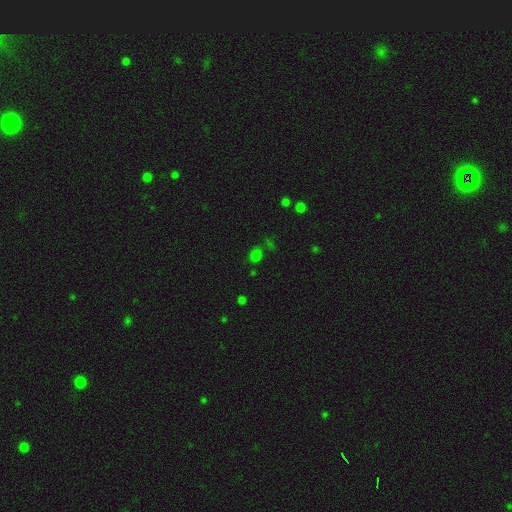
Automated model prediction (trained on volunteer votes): Q: Smooth or featured?
A: smooth (63%); runner-up: star or artifact (32%)
Q: How rounded?
A: round (63%); runner-up: in between (35%)
Q: Merging?
A: none (73%); runner-up: minor disturbance (13%)